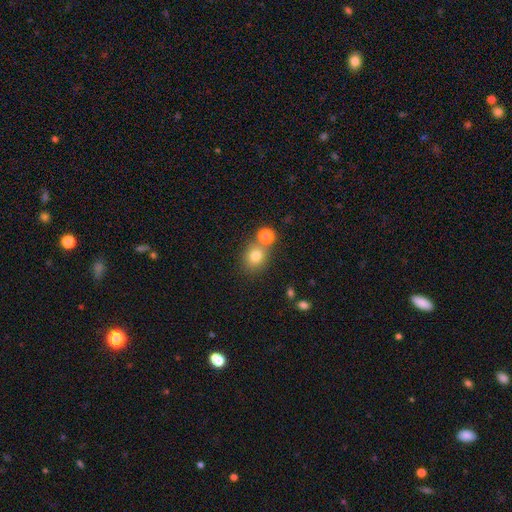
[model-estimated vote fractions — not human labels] smooth-or-featured: smooth: 78% | star or artifact: 13% | featured or disk: 9%
  how-rounded: round: 76% | in between: 23% | cigar-shaped: 1%
  merging: none: 63% | merger: 24% | minor disturbance: 10% | major disturbance: 3%